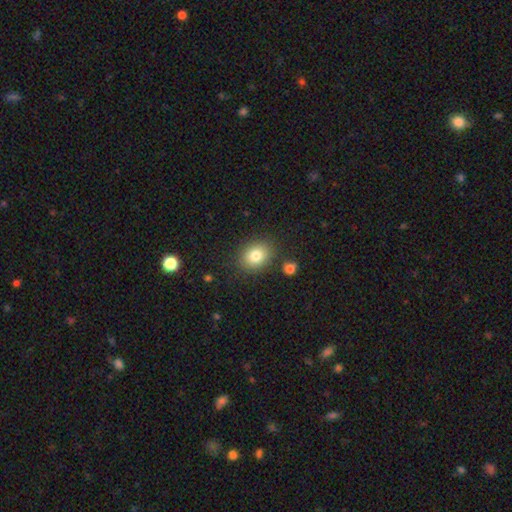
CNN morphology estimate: smooth-or-featured: smooth: 81% | star or artifact: 11% | featured or disk: 9%
  how-rounded: round: 52% | in between: 47% | cigar-shaped: 1%
  merging: none: 84% | minor disturbance: 10% | merger: 4% | major disturbance: 3%